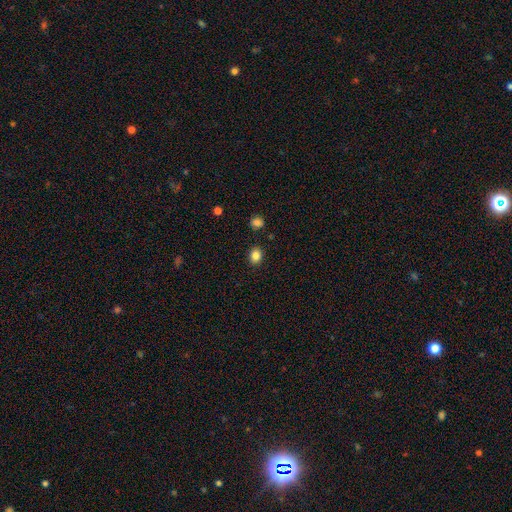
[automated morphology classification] This is clearly a smooth galaxy (85%). How rounded: likely round (63%). Merging: clearly none (88%).